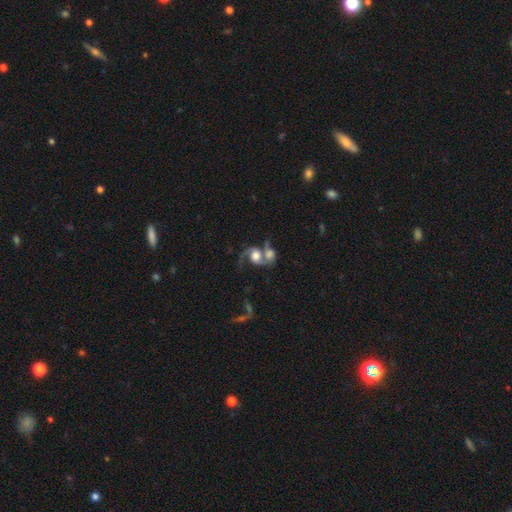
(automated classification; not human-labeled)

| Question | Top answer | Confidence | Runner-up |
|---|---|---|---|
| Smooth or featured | featured or disk | 71% | smooth (21%) |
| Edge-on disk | no | 97% | yes (3%) |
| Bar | no | 68% | weak (25%) |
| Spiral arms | yes | 89% | no (11%) |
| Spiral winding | loose | 57% | medium (33%) |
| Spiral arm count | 2 | 74% | 1 (19%) |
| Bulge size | large | 46% | moderate (33%) |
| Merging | merger | 66% | none (16%) |